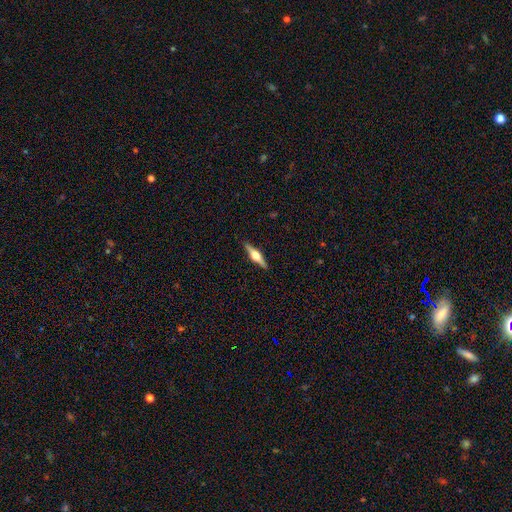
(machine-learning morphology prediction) Q: Smooth or featured?
A: featured or disk (73%); runner-up: smooth (22%)
Q: Edge-on disk?
A: yes (98%); runner-up: no (2%)
Q: Edge-on bulge?
A: rounded (95%); runner-up: boxy (3%)
Q: Merging?
A: none (91%); runner-up: minor disturbance (6%)